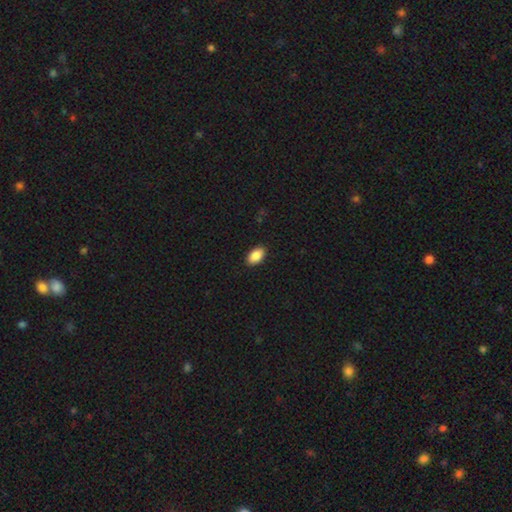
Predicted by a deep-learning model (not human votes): This is clearly a smooth galaxy (88%). How rounded: clearly in between (93%). Merging: clearly none (90%).